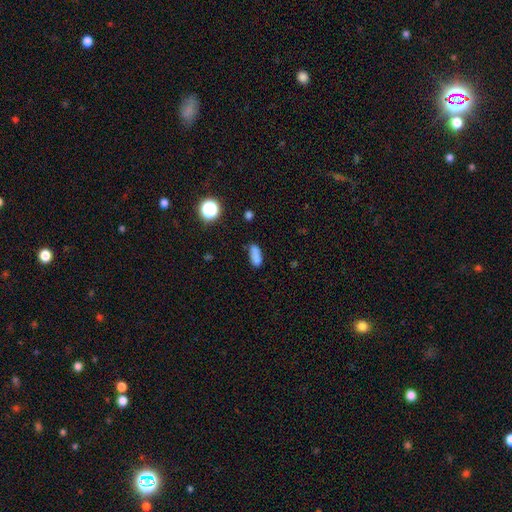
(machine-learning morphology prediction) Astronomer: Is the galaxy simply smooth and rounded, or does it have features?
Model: smooth — 80%.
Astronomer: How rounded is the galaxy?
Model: in between — 73%.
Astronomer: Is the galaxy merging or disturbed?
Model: none — 67%.